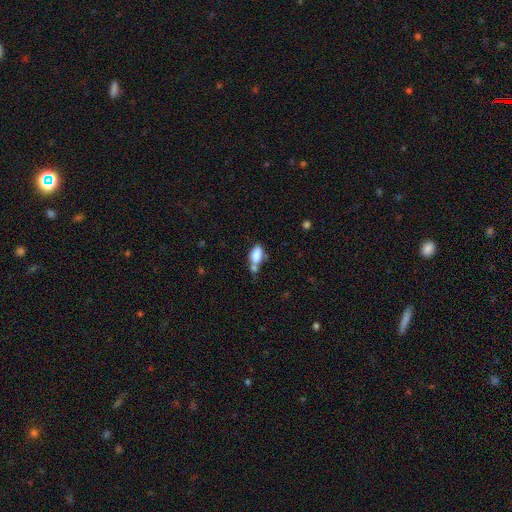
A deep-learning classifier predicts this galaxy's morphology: This appears to be a smooth galaxy with no disk features (81%) that is in between round and cigar-shaped (89%). Merging: none (39%).